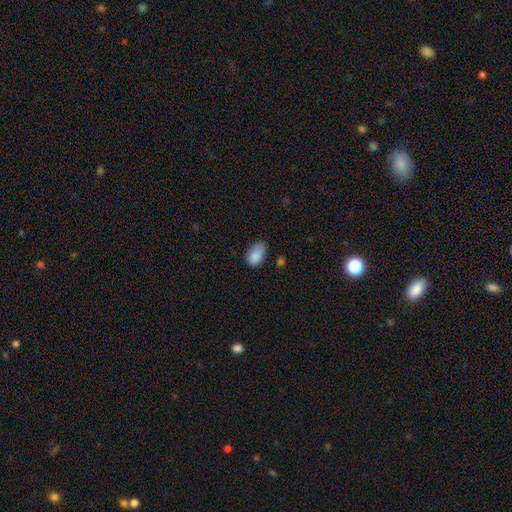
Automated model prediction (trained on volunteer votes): smooth_or_featured: smooth (p=0.86) [alt: star or artifact p=0.08]
how_rounded: in between (p=0.90) [alt: round p=0.08]
merging: none (p=0.54) [alt: minor disturbance p=0.35]